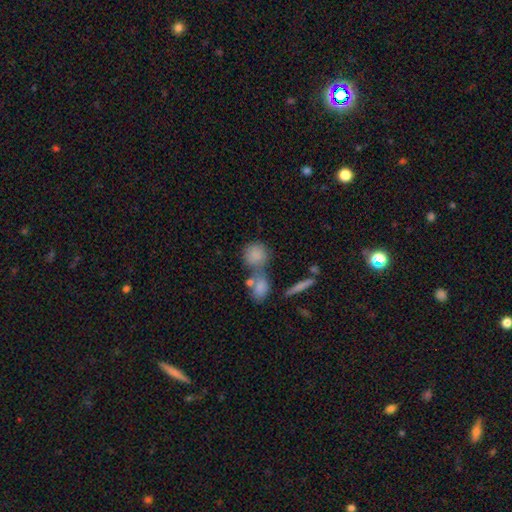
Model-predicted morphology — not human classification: smooth-or-featured: smooth: 81% | star or artifact: 10% | featured or disk: 9%
  how-rounded: round: 78% | in between: 19% | cigar-shaped: 3%
  merging: none: 49% | merger: 33% | minor disturbance: 12% | major disturbance: 6%